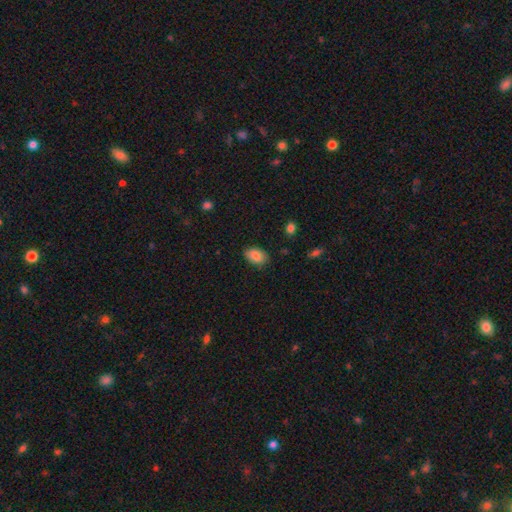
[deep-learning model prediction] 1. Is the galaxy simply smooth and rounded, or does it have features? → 86% smooth, 7% star or artifact, 7% featured or disk.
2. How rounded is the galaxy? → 91% in between, 8% round, 1% cigar-shaped.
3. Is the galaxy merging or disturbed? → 85% none, 11% minor disturbance, 2% major disturbance, 1% merger.